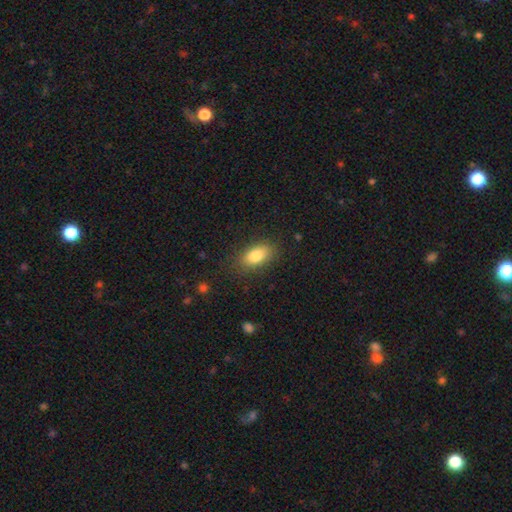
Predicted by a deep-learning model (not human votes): Morphology: type=smooth (83%); roundness=in between (88%); merging=none (83%).